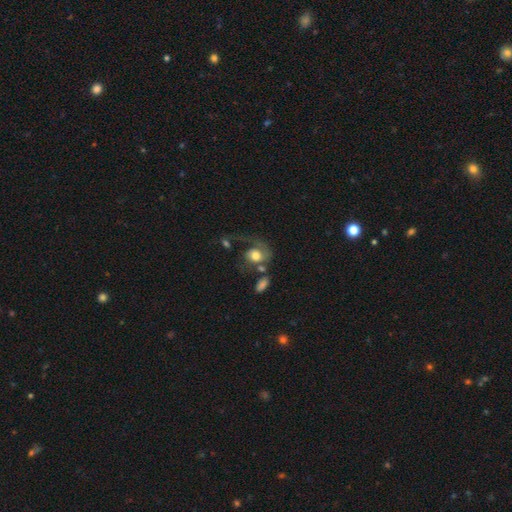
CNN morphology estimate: Smooth or featured? featured or disk (48%)
Merging? major disturbance (43%)